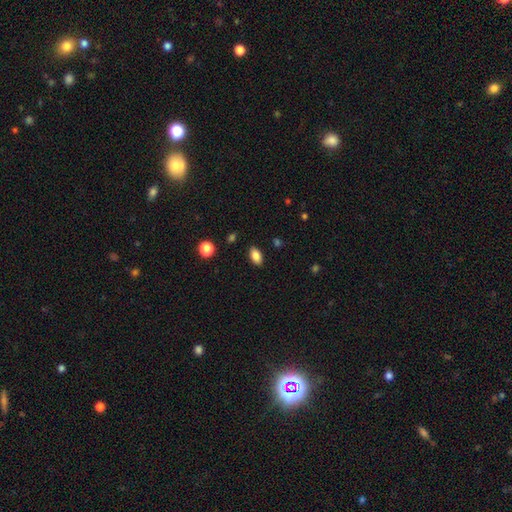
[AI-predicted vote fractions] smooth 85%, star or artifact 9%, featured or disk 6%. Down the decision tree: how rounded — in between (91%); merging — none (88%).